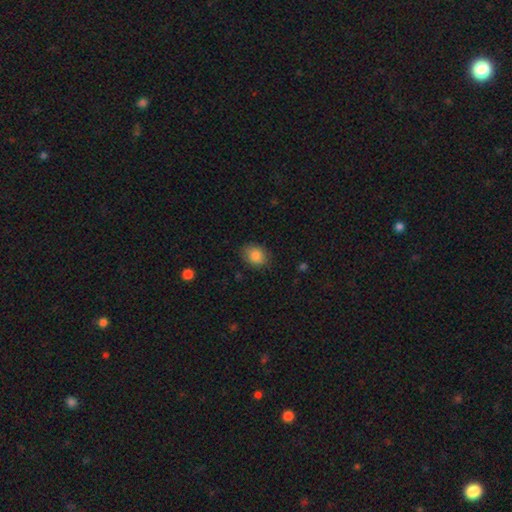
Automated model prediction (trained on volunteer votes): Smooth or featured: smooth — 86% (star or artifact — 9%)
How rounded: in between — 55% (round — 44%)
Merging: none — 83% (minor disturbance — 13%)